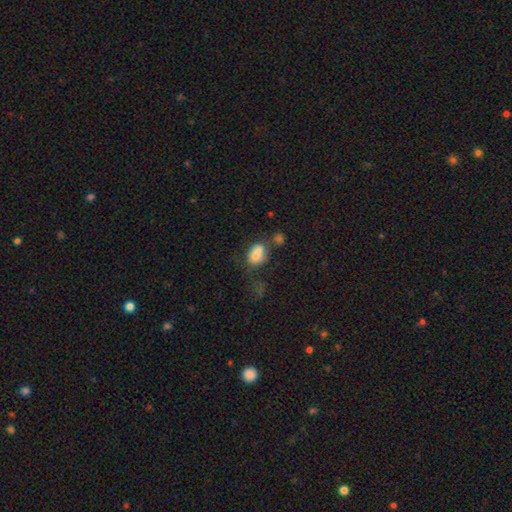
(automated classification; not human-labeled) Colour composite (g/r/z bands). It shows a smooth galaxy with no disk features (73%) that is in between round and cigar-shaped (75%). Merging: merger (36%).